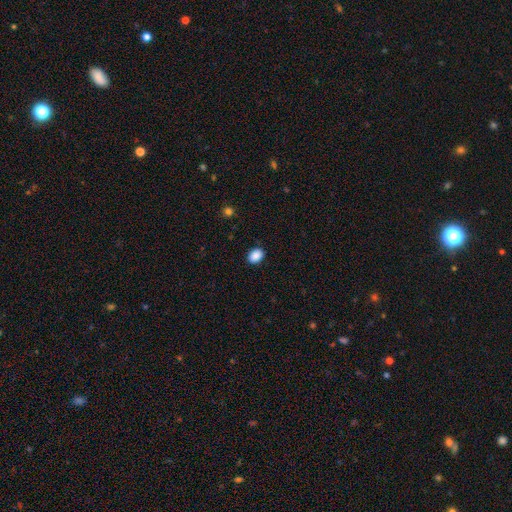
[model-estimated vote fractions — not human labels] A smooth galaxy with no disk features (89%) that is in between round and cigar-shaped (70%).

Vote fractions:
- Smooth or featured? smooth: 89% / star or artifact: 8% / featured or disk: 3%
- How rounded? in between: 70% / round: 29% / cigar-shaped: 1%
- Merging? none: 89% / minor disturbance: 8% / major disturbance: 2% / merger: 1%